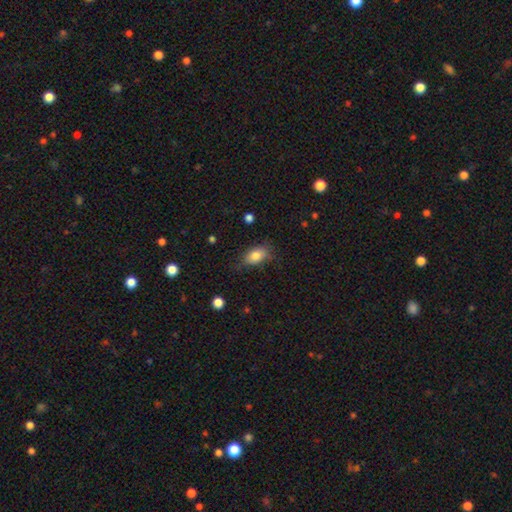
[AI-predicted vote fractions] Q: Smooth or featured?
A: smooth (81%); runner-up: featured or disk (11%)
Q: How rounded?
A: in between (87%); runner-up: round (9%)
Q: Merging?
A: none (71%); runner-up: minor disturbance (22%)